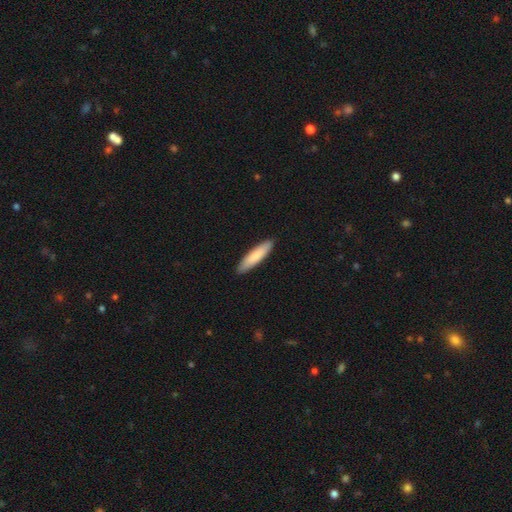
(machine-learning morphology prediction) A smooth galaxy with no disk features (84%) that is cigar-shaped (79%). Merging: none (90%).